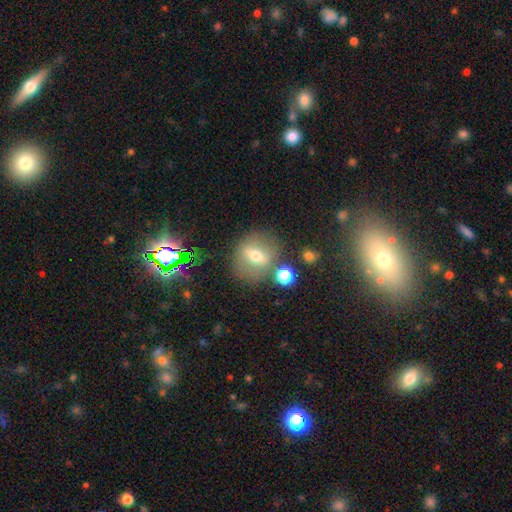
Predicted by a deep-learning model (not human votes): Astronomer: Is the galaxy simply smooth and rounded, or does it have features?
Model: featured or disk — 44%, tied with smooth at 44%.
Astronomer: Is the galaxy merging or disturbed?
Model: none — 74%.